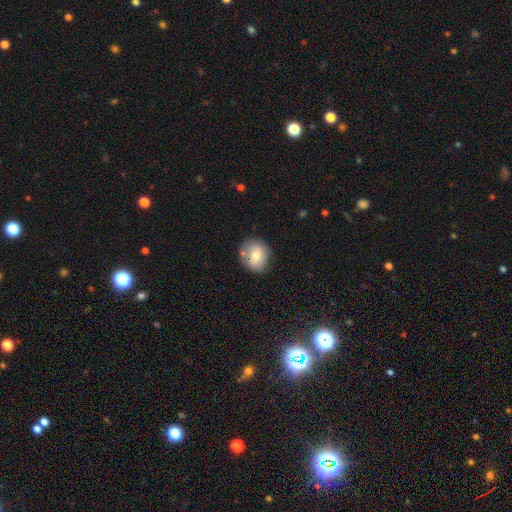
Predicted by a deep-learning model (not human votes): Smooth or featured: smooth — 70% (featured or disk — 21%)
How rounded: round — 76% (in between — 23%)
Merging: none — 64% (minor disturbance — 20%)